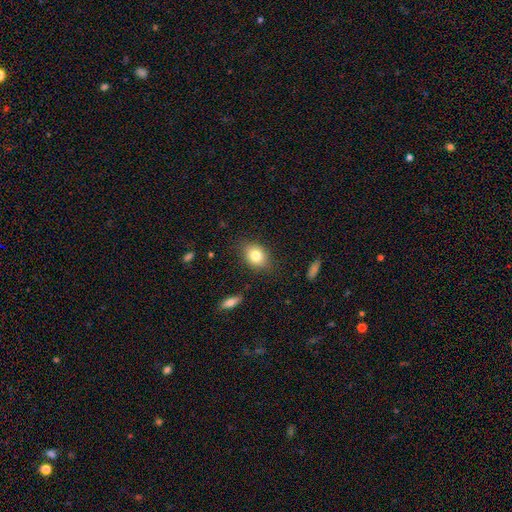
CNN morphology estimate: Q: Smooth or featured?
A: smooth (80%); runner-up: featured or disk (11%)
Q: How rounded?
A: in between (64%); runner-up: round (35%)
Q: Merging?
A: none (83%); runner-up: minor disturbance (13%)